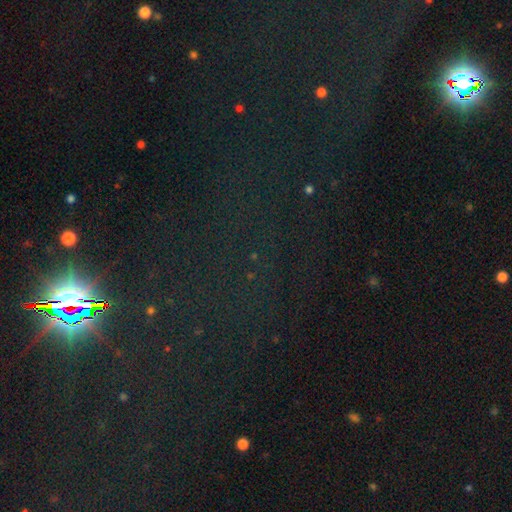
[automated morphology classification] star or artifact 80%, smooth 11%, featured or disk 9%.